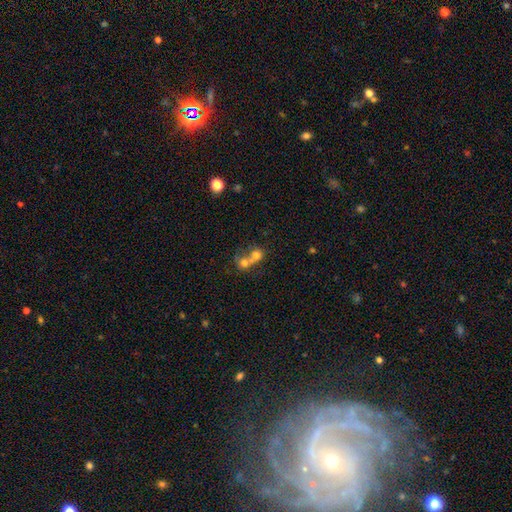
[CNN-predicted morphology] Overall: smooth (66%). How rounded: round (75%). Merging: merger (70%).